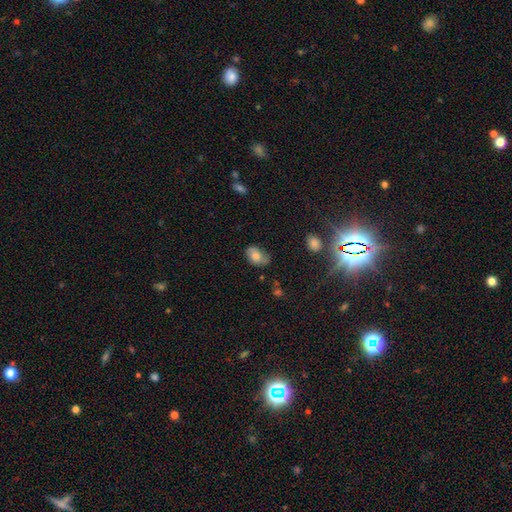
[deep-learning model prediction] Smooth or featured? smooth (68%)
How rounded? in between (81%)
Merging? none (58%)